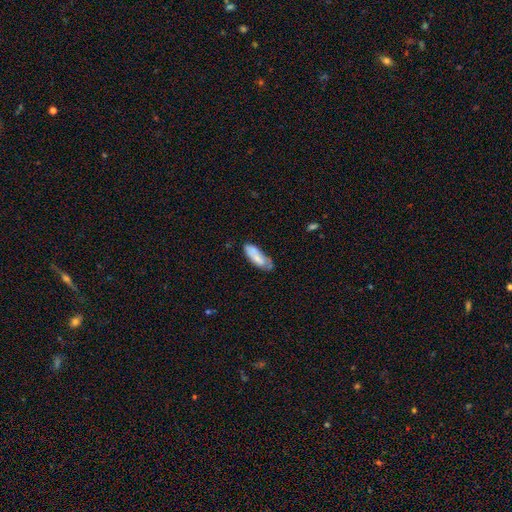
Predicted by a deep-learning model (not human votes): Morphology: type=smooth (71%); roundness=in between (66%); merging=none (51%).